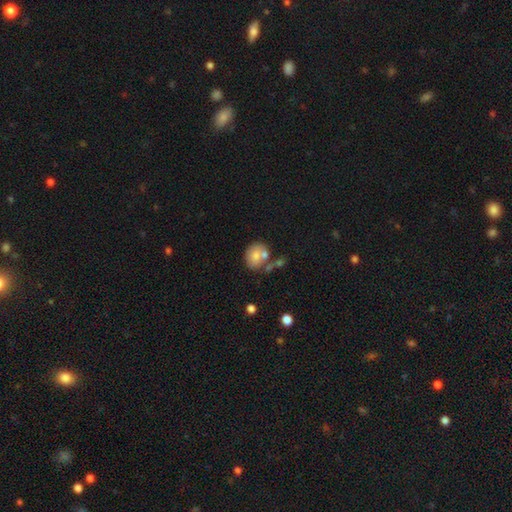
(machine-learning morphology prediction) Q: Smooth or featured?
A: smooth (71%); runner-up: featured or disk (20%)
Q: How rounded?
A: round (54%); runner-up: in between (45%)
Q: Merging?
A: none (47%); runner-up: merger (29%)